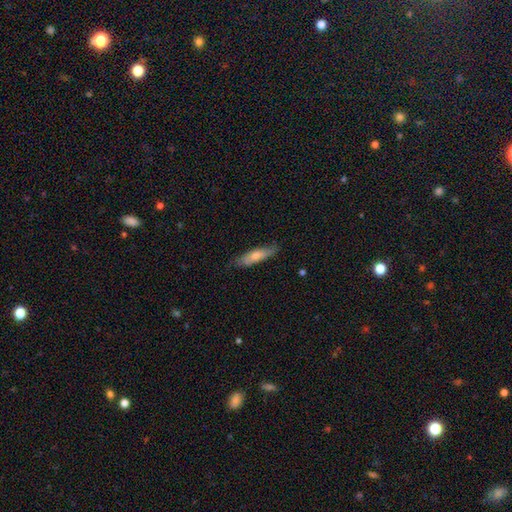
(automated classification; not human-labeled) smooth 69%, featured or disk 26%, star or artifact 6%. Down the decision tree: how rounded — cigar-shaped (67%); merging — none (71%).